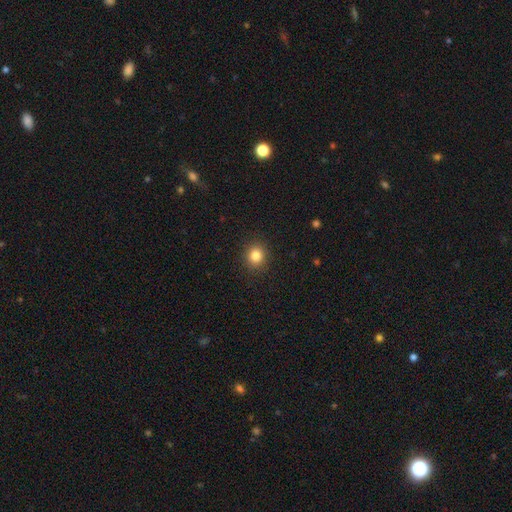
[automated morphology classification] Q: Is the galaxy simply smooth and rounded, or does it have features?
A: smooth — 83%.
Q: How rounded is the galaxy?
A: round — 86%.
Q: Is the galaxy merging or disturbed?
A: none — 91%.